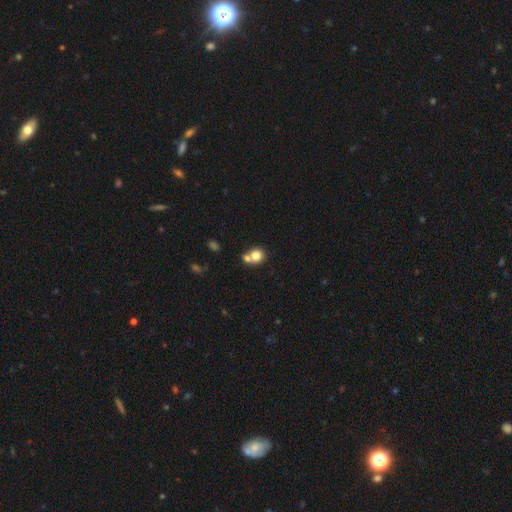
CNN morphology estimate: The model was most divided on "merging": merger: 45%, none: 44%, minor disturbance: 8%, major disturbance: 3%. More confident: how rounded — round (78%); smooth or featured — smooth (78%).